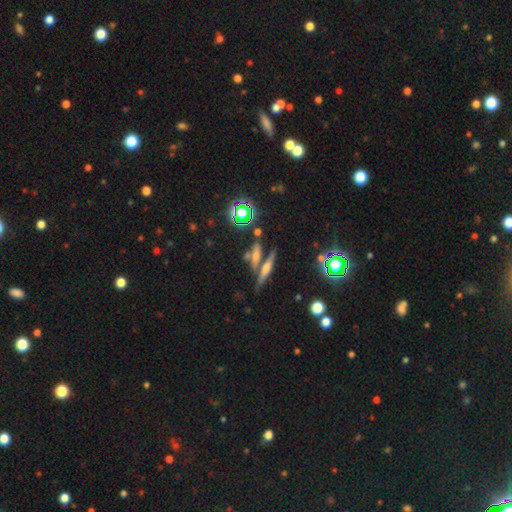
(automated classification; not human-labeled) This appears to be a featured or disk galaxy (49%). Merging: none (59%).